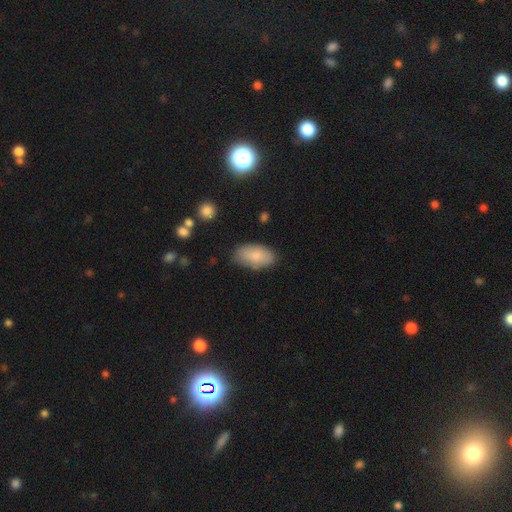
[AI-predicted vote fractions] Smooth or featured: smooth — 83% (featured or disk — 11%)
How rounded: in between — 95% (round — 3%)
Merging: none — 78% (minor disturbance — 17%)